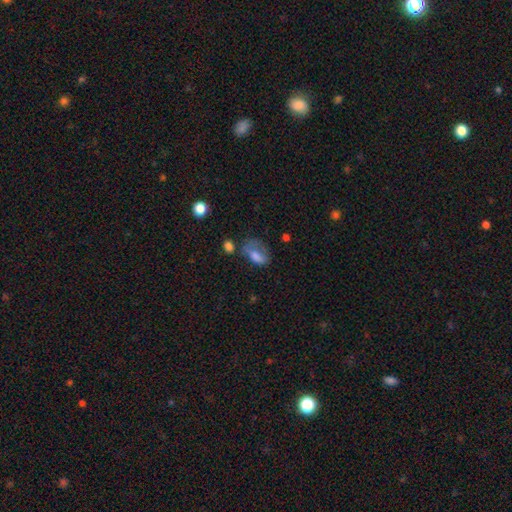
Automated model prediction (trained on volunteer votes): Morphology: type=smooth (68%); roundness=in between (86%); merging=major disturbance (35%).